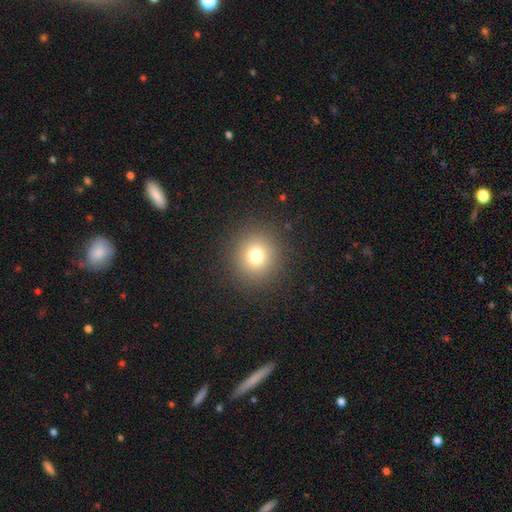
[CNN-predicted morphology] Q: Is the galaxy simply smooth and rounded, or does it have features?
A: smooth — 75%.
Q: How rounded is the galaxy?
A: round — 92%.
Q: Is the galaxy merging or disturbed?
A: none — 90%.